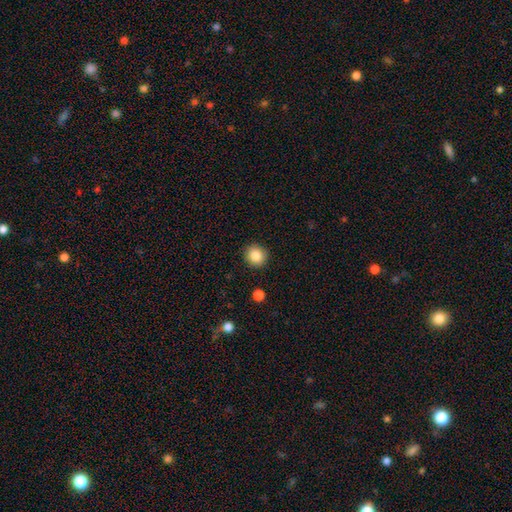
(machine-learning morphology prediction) type=smooth (86%); roundness=round (86%); merging=none (91%).